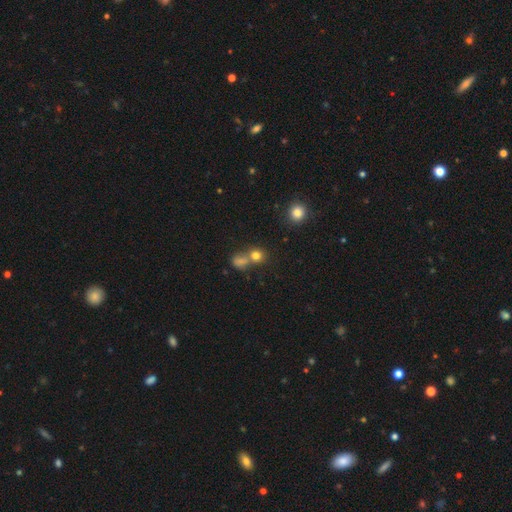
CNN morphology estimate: Overall: smooth (77%). How rounded: round (82%). Merging: none (46%; merger 43%).